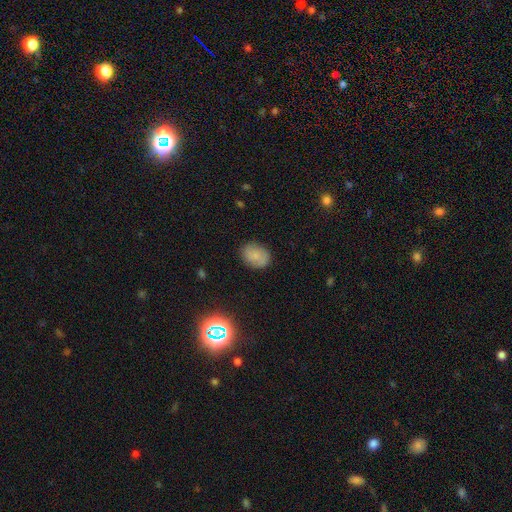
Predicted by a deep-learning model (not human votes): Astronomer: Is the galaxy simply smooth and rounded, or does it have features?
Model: smooth — 75%.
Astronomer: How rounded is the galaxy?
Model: in between — 65%.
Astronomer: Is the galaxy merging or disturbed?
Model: none — 83%.